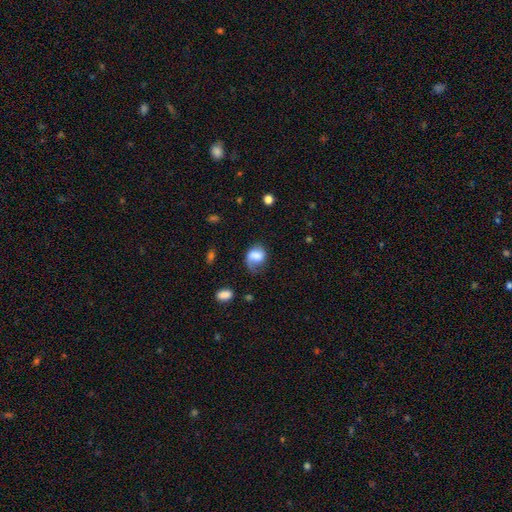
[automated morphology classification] Smooth or featured? Predicted: smooth (p=0.66). How rounded? Predicted: in between (p=0.54). Merging? Predicted: none (p=0.42).